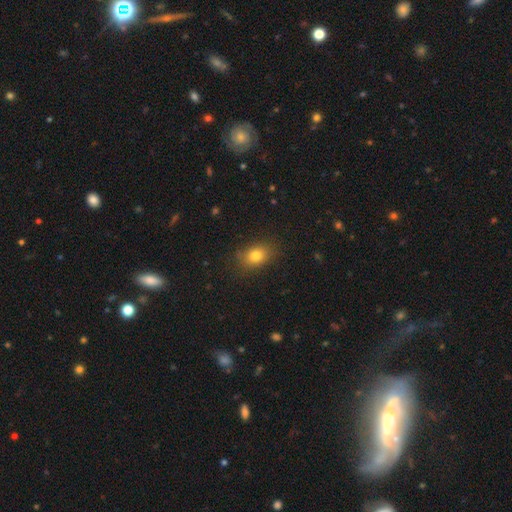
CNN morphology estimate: This appears to be a smooth galaxy with no disk features (80%) that is in between round and cigar-shaped (68%). Merging: none (82%).